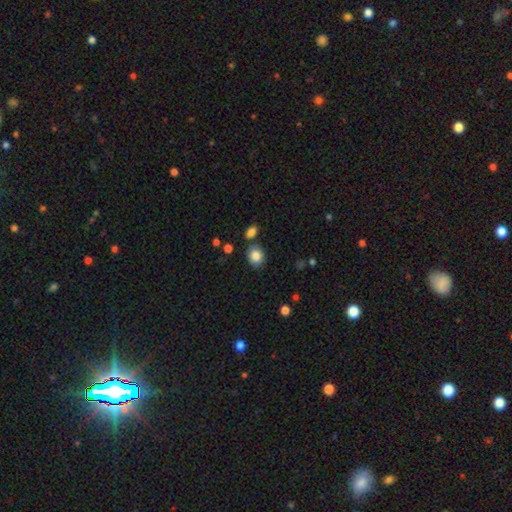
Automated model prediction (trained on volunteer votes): Morphology: type=smooth (85%); roundness=round (58%); merging=none (77%).